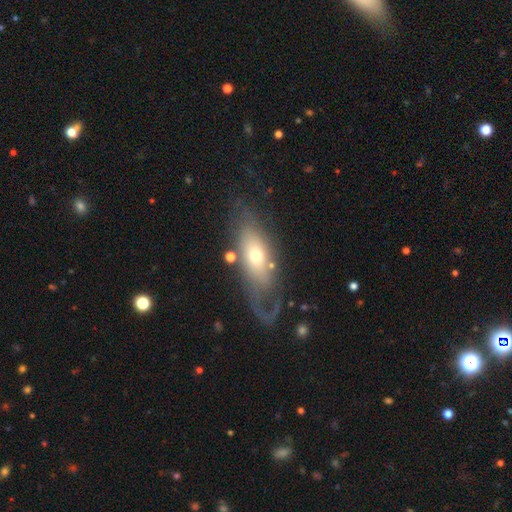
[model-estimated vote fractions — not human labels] Smooth or featured? featured or disk (57%)
Edge-on disk? no (78%)
Merging? none (50%)